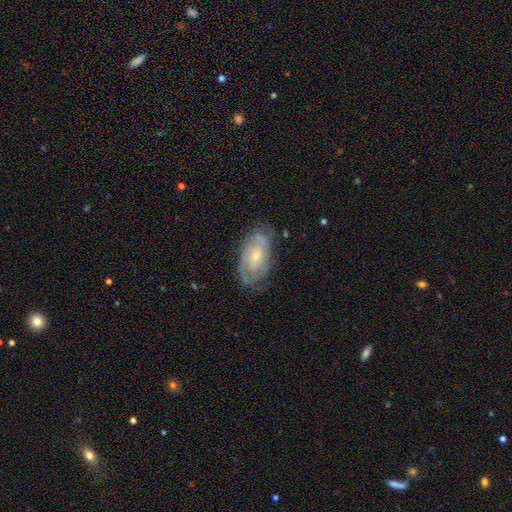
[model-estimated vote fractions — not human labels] A featured or disk galaxy (84%) with no bar (59%), 2 (54%) tight (63%) spiral arms (95%) and a small central bulge (62%).

Vote fractions:
- Smooth or featured? featured or disk: 84% / smooth: 10% / star or artifact: 6%
- Edge-on disk? no: 96% / yes: 4%
- Bar? no: 59% / weak: 34% / strong: 7%
- Spiral arms? yes: 95% / no: 5%
- Spiral winding? tight: 63% / medium: 31% / loose: 6%
- Spiral arm count? 2: 54% / can't tell: 21% / 3: 15% / 4: 4% / 1: 4% / more than 4: 3%
- Bulge size? small: 62% / moderate: 34% / none: 2% / large: 1% / dominant: 1%
- Merging? none: 75% / minor disturbance: 19% / major disturbance: 5% / merger: 1%